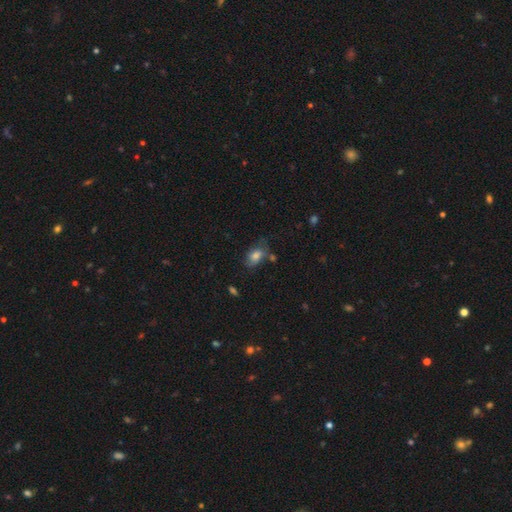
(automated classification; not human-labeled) A smooth galaxy with no disk features (74%) that is in between round and cigar-shaped (81%).

Vote fractions:
- Smooth or featured? smooth: 74% / featured or disk: 16% / star or artifact: 10%
- How rounded? in between: 81% / round: 17% / cigar-shaped: 2%
- Merging? none: 52% / minor disturbance: 27% / major disturbance: 12% / merger: 9%